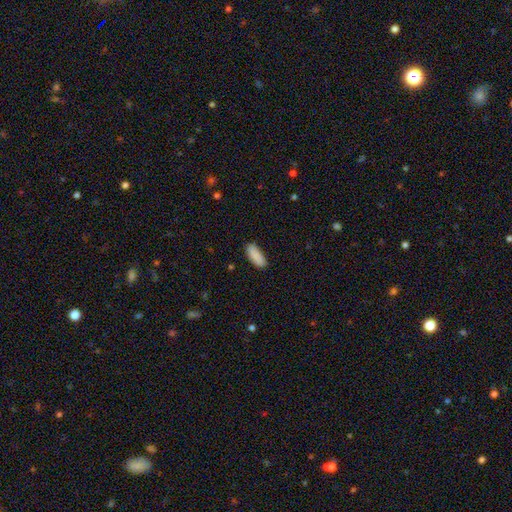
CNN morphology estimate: Smooth or featured? Predicted: smooth (p=0.89). How rounded? Predicted: in between (p=0.75). Merging? Predicted: none (p=0.85).